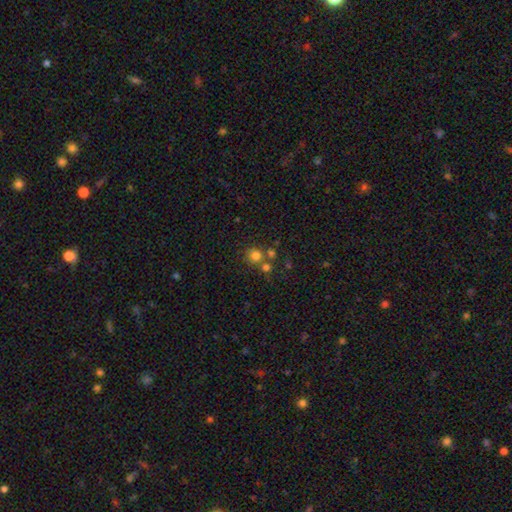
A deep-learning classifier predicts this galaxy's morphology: Q: Smooth or featured?
A: smooth (75%); runner-up: star or artifact (16%)
Q: How rounded?
A: round (89%); runner-up: in between (10%)
Q: Merging?
A: none (61%); runner-up: merger (28%)